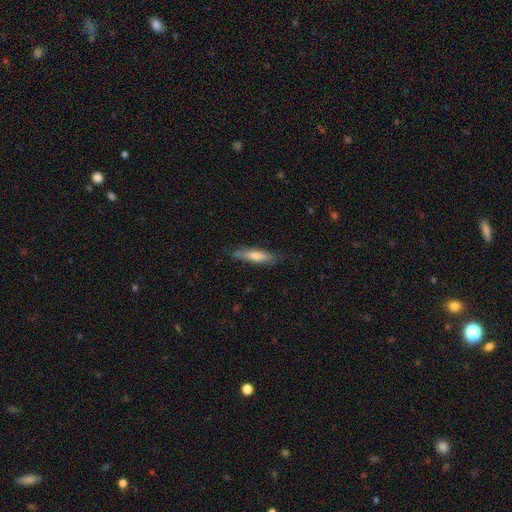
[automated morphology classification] A smooth galaxy with no disk features (65%) that is cigar-shaped (75%).

Vote fractions:
- Smooth or featured? smooth: 65% / featured or disk: 29% / star or artifact: 6%
- How rounded? cigar-shaped: 75% / in between: 24% / round: 2%
- Merging? none: 78% / minor disturbance: 18% / major disturbance: 3% / merger: 1%